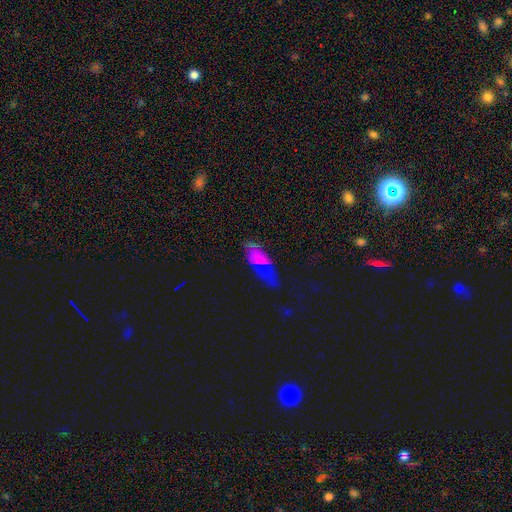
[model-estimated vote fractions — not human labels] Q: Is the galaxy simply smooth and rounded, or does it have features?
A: smooth — 50%.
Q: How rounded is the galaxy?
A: in between — 77%.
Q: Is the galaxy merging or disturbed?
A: none — 66%.